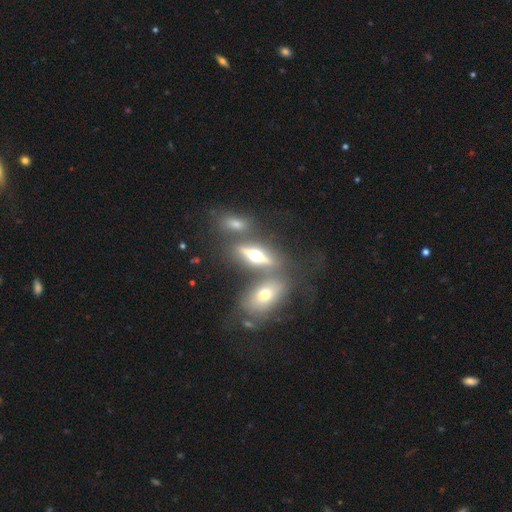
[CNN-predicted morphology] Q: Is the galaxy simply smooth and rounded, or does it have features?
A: featured or disk — 58%.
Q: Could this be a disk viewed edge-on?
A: yes — 80%.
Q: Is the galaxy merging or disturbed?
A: none — 49%.